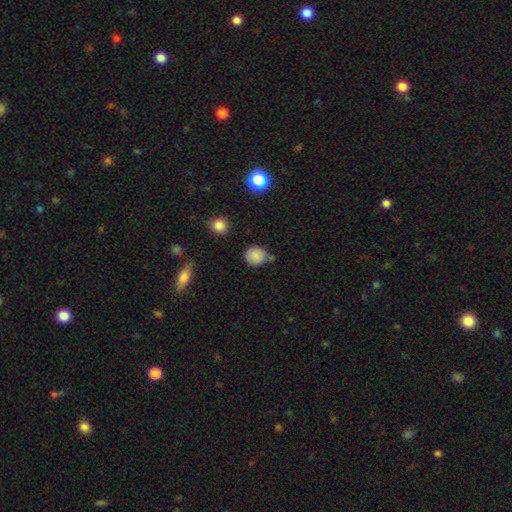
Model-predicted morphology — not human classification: smooth-or-featured: smooth: 84% | star or artifact: 10% | featured or disk: 5%
  how-rounded: round: 84% | in between: 15% | cigar-shaped: 1%
  merging: none: 69% | minor disturbance: 18% | merger: 8% | major disturbance: 4%